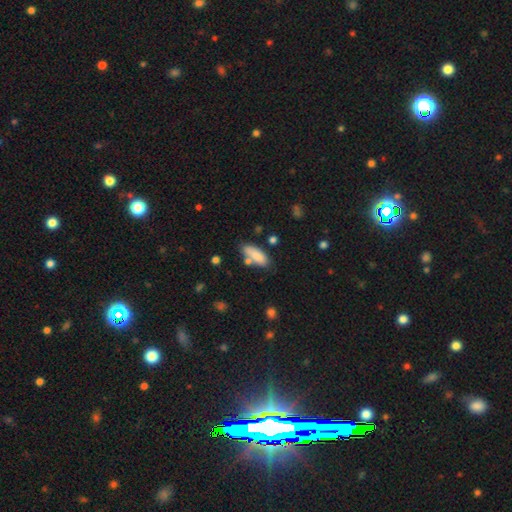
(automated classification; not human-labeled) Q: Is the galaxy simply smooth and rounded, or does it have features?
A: smooth — 84%.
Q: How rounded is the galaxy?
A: in between — 71%.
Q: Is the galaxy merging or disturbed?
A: none — 65%.